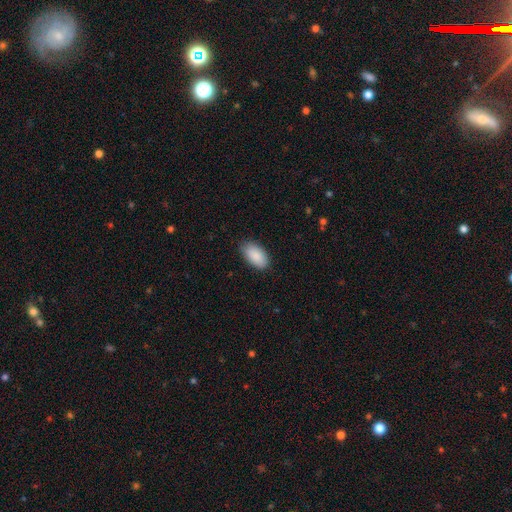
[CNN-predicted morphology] The model was most divided on "merging": none: 84%, minor disturbance: 13%, major disturbance: 2%, merger: 1%. More confident: how rounded — in between (95%); smooth or featured — smooth (89%).